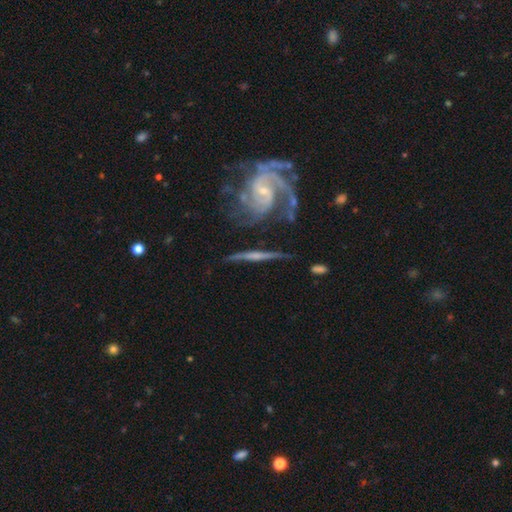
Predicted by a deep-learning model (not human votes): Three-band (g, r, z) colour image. It shows a featured or disk galaxy (78%) viewed edge-on (63%). Merging: none (64%).